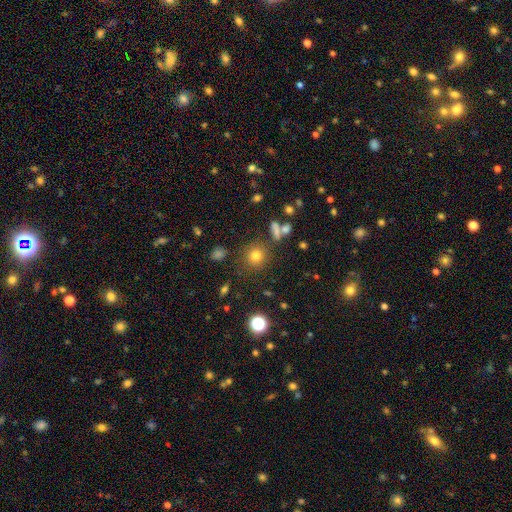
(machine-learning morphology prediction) smooth_or_featured: smooth (p=0.74) [alt: star or artifact p=0.18]
how_rounded: round (p=0.89) [alt: in between p=0.09]
merging: none (p=0.80) [alt: minor disturbance p=0.10]